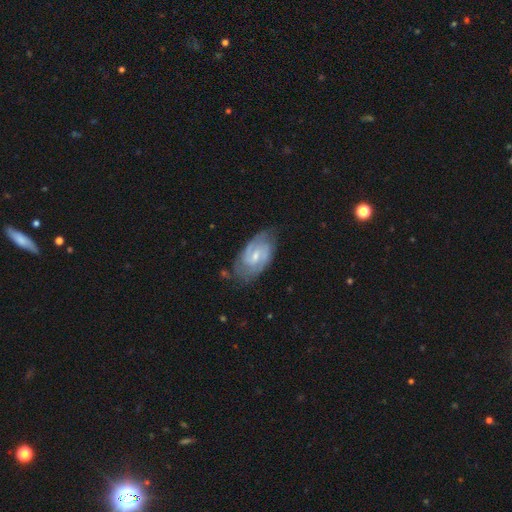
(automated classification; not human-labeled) This appears to be a featured or disk galaxy (82%) with a weak bar (61%), 2 (72%) tight (44%, tied with medium) spiral arms (95%) and a small central bulge (57%). Merging: none (71%).